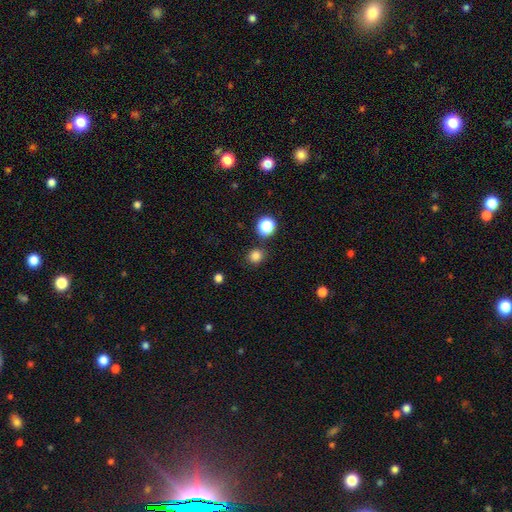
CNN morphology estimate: Smooth or featured: smooth — 82% (star or artifact — 15%)
How rounded: round — 88% (in between — 11%)
Merging: none — 85% (minor disturbance — 8%)